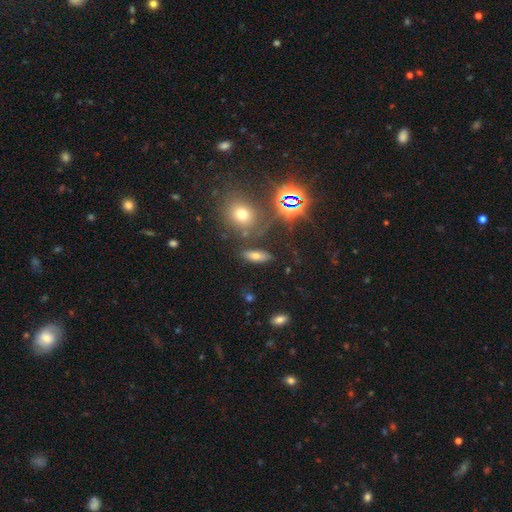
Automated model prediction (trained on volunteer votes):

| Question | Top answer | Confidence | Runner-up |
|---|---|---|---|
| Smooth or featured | smooth | 59% | star or artifact (24%) |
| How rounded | in between | 66% | cigar-shaped (26%) |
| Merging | none | 79% | minor disturbance (11%) |